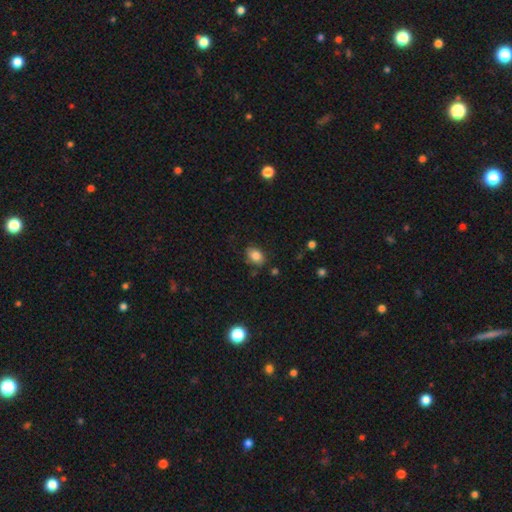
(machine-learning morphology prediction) The model was most divided on "merging": none: 73%, minor disturbance: 20%, major disturbance: 5%, merger: 3%. More confident: smooth or featured — smooth (84%); how rounded — in between (80%).